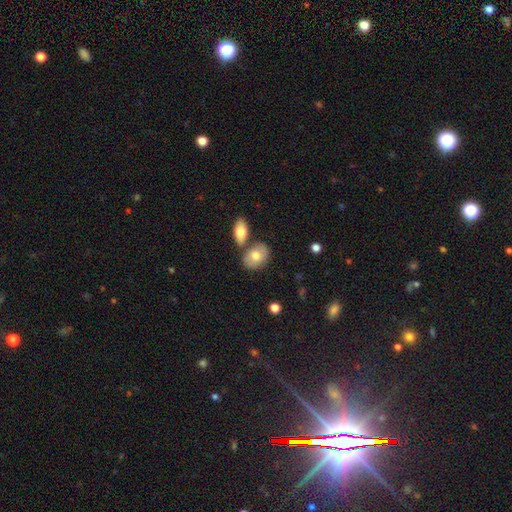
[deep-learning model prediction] A smooth galaxy with no disk features (73%) that is in between round and cigar-shaped (83%). Merging: none (60%).